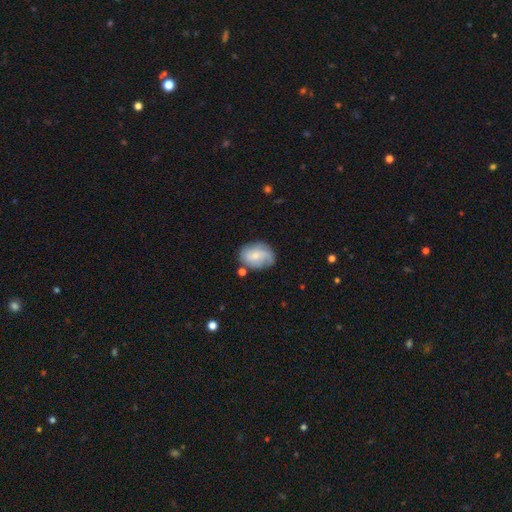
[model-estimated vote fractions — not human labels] This is possibly a featured or disk galaxy (51%). It is clearly not viewed edge-on (97%). Merging: likely none (61%).